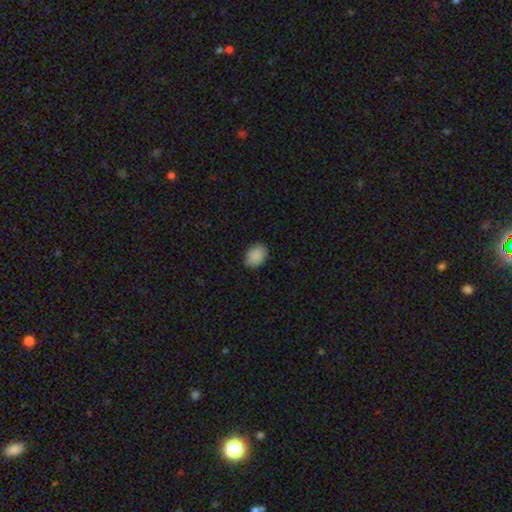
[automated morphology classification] This appears to be a smooth galaxy with no disk features (89%) that is in between round and cigar-shaped (63%). Merging: none (84%).